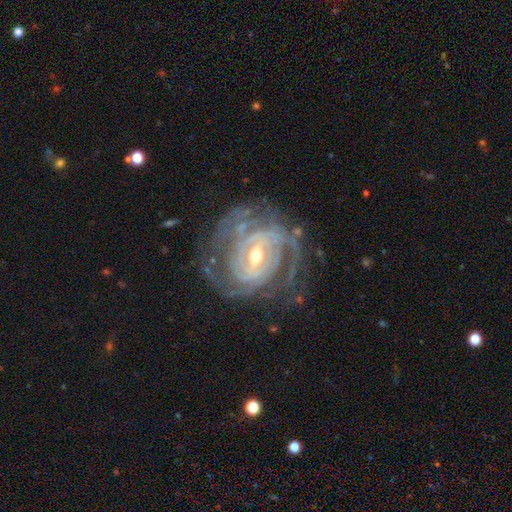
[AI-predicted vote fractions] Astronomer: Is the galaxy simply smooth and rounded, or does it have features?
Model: featured or disk — 91%.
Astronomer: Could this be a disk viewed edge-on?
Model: no — 97%.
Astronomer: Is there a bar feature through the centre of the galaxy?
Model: weak — 45% (runner-up: strong, 38%).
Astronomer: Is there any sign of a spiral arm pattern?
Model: yes — 97%.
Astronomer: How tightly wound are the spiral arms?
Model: tight — 68%.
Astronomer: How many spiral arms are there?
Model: can't tell — 26% (runner-up: 3, 23%).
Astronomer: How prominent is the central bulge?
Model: moderate — 51% (runner-up: small, 45%).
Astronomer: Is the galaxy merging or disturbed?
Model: none — 70%.